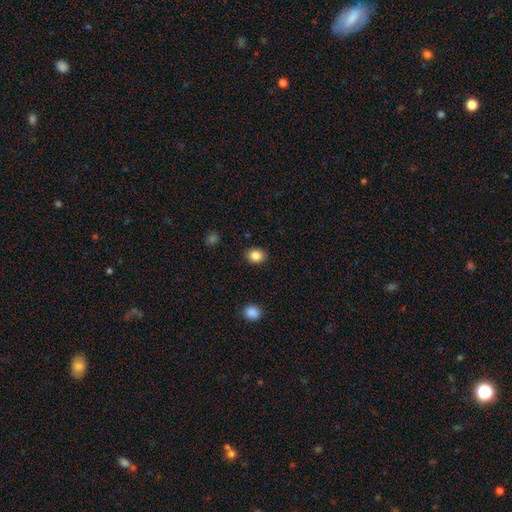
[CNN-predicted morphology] Q: Smooth or featured?
A: smooth (85%); runner-up: star or artifact (10%)
Q: How rounded?
A: round (55%); runner-up: in between (44%)
Q: Merging?
A: none (89%); runner-up: minor disturbance (7%)